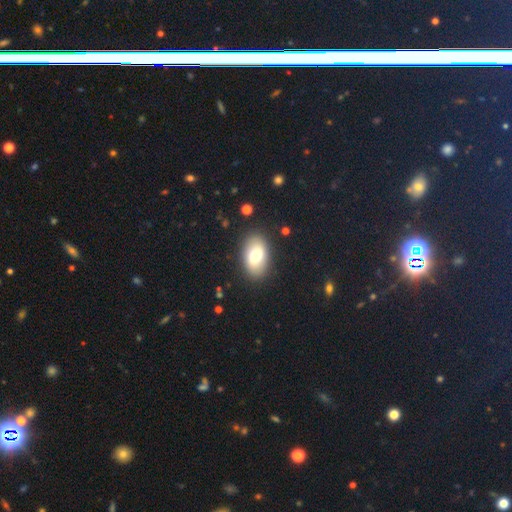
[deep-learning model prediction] Overall: smooth (69%). How rounded: in between (90%). Merging: none (87%).